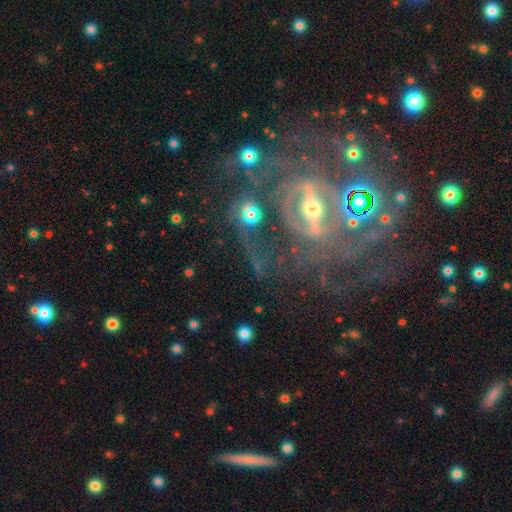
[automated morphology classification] featured or disk 84%, star or artifact 10%, smooth 6%. Down the decision tree: edge-on disk — no (93%); bar — strong (62%); spiral arms — yes (82%); spiral arm count — can't tell (33%); spiral winding — tight (45%); bulge size — moderate (46%); merging — none (49%).